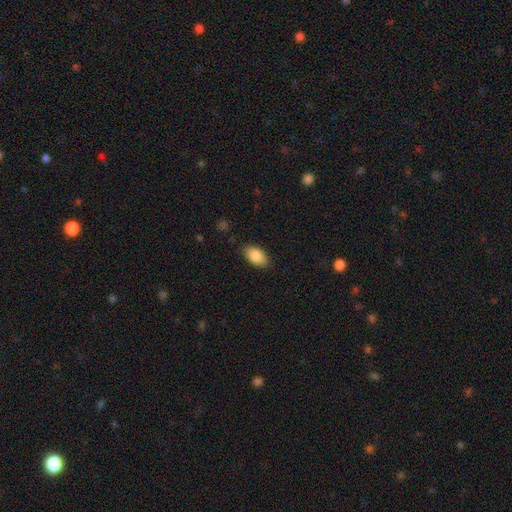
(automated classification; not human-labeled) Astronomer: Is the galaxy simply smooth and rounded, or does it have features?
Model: smooth — 88%.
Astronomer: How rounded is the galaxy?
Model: in between — 94%.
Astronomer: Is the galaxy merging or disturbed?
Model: none — 86%.